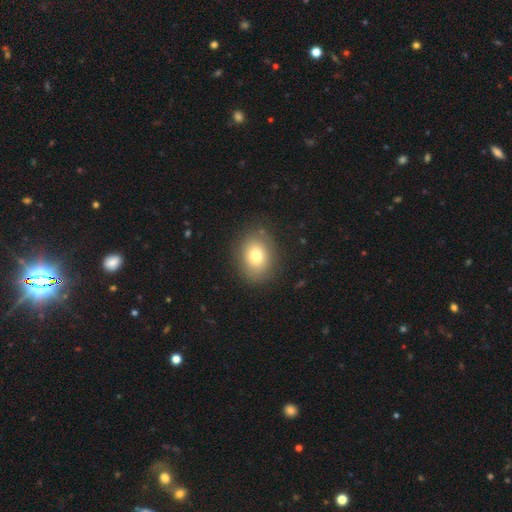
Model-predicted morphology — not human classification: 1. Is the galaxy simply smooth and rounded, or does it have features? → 75% smooth, 14% featured or disk, 11% star or artifact.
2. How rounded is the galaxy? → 56% in between, 43% round, 1% cigar-shaped.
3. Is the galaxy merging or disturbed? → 83% none, 11% minor disturbance, 4% major disturbance, 1% merger.